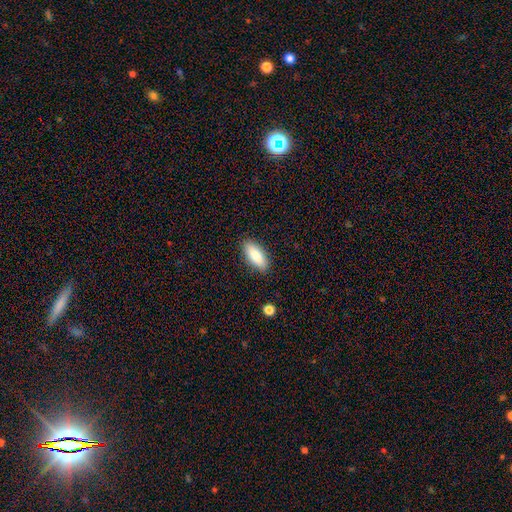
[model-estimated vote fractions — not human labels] Smooth or featured?
  - smooth: 84% *
  - featured or disk: 10%
  - star or artifact: 6%
How rounded?
  - in between: 78% *
  - cigar-shaped: 20%
  - round: 2%
Merging?
  - none: 87% *
  - minor disturbance: 9%
  - major disturbance: 2%
  - merger: 1%